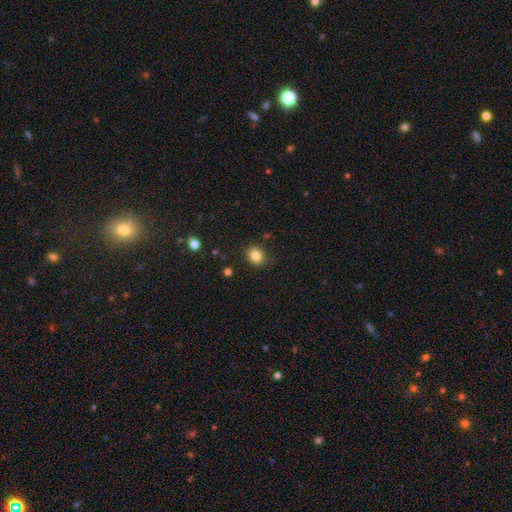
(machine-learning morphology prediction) Overall: smooth (83%). How rounded: round (70%; in between 30%). Merging: none (85%).